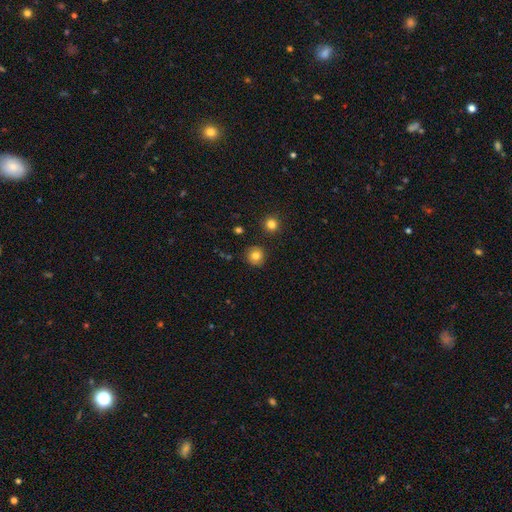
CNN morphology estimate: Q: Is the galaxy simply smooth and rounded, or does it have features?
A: smooth — 81%.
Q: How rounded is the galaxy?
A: round — 93%.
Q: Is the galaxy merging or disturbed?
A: none — 89%.